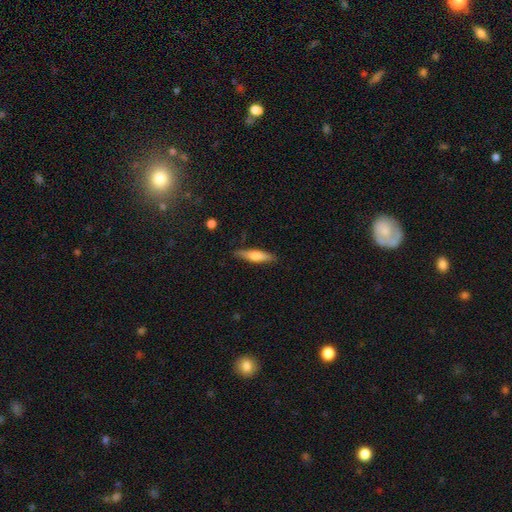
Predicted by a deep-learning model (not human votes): A smooth galaxy with no disk features (66%) that is cigar-shaped (77%).

Vote fractions:
- Smooth or featured? smooth: 66% / featured or disk: 28% / star or artifact: 6%
- How rounded? cigar-shaped: 77% / in between: 22% / round: 2%
- Merging? none: 84% / minor disturbance: 12% / major disturbance: 3% / merger: 1%